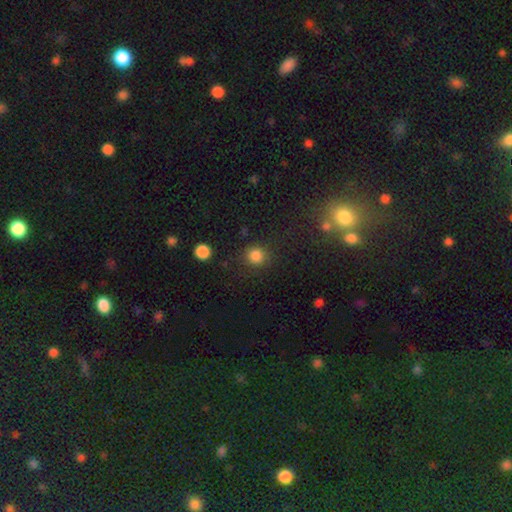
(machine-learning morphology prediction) Smooth or featured? smooth (84%)
How rounded? round (90%)
Merging? none (83%)